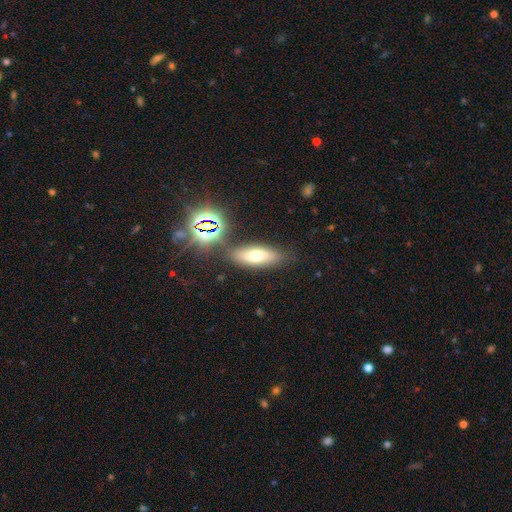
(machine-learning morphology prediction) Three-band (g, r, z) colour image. It shows a smooth galaxy with no disk features (59%) that is in between round and cigar-shaped (64%). Merging: none (79%).